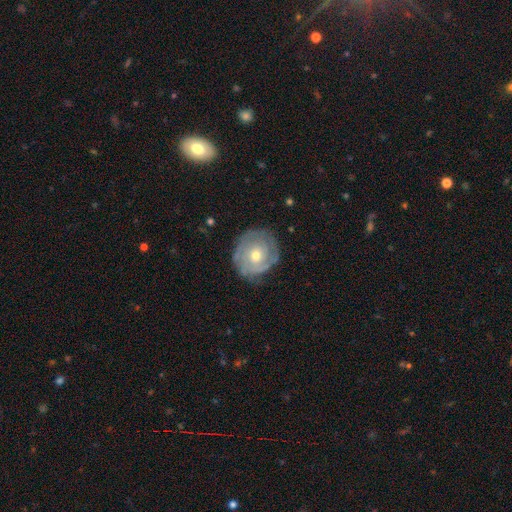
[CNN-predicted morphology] A featured or disk galaxy (73%) with no bar (79%), tight (73%) spiral arms (83%) and a moderate central bulge (60%). Merging: none (75%).